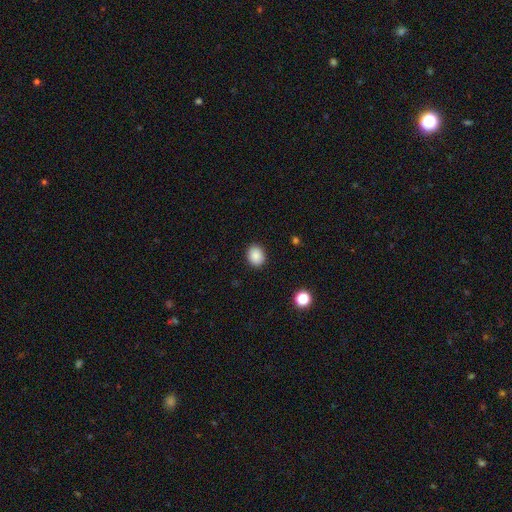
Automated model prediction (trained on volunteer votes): This is clearly a smooth galaxy (88%). How rounded: possibly round (51%). Merging: clearly none (89%).